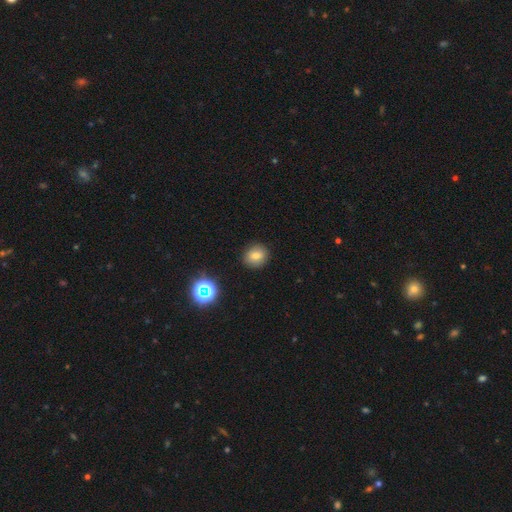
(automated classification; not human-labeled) This appears to be a smooth galaxy with no disk features (76%) that is round (79%). Merging: none (90%).